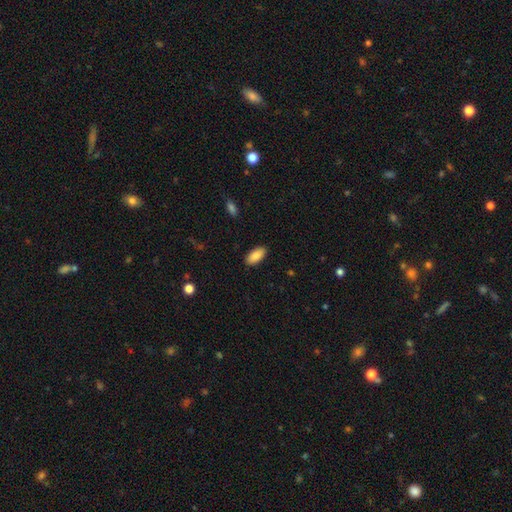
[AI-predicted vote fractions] Overall: smooth (88%). How rounded: in between (90%). Merging: none (89%).